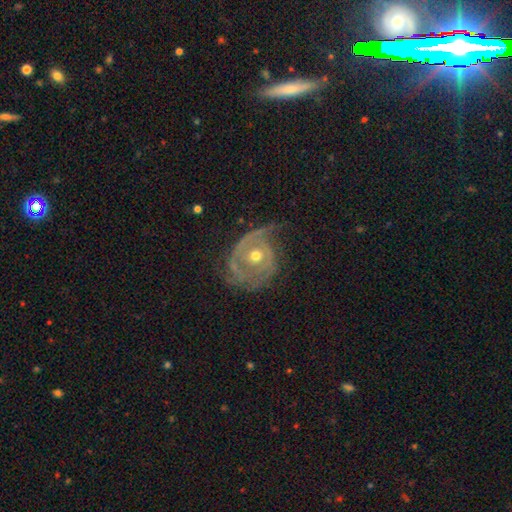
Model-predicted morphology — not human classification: Q: Smooth or featured?
A: featured or disk (83%); runner-up: smooth (11%)
Q: Edge-on disk?
A: no (97%); runner-up: yes (3%)
Q: Bar?
A: no (81%); runner-up: weak (15%)
Q: Spiral arms?
A: yes (86%); runner-up: no (14%)
Q: Spiral winding?
A: tight (55%); runner-up: medium (30%)
Q: Spiral arm count?
A: 2 (39%); runner-up: can't tell (25%)
Q: Bulge size?
A: moderate (68%); runner-up: small (28%)
Q: Merging?
A: none (48%); runner-up: minor disturbance (27%)